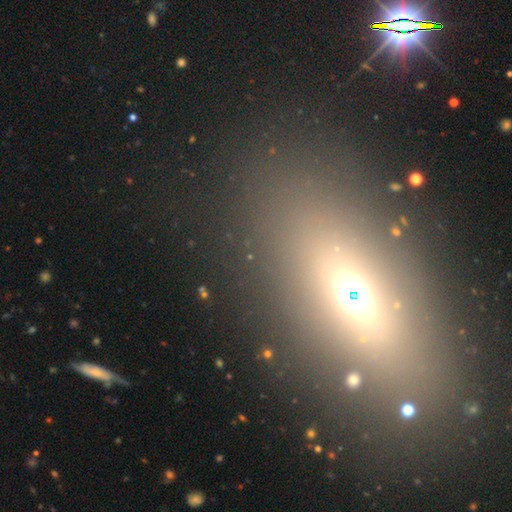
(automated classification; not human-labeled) Smooth or featured? Predicted: smooth (p=0.44). Merging? Predicted: none (p=0.82).